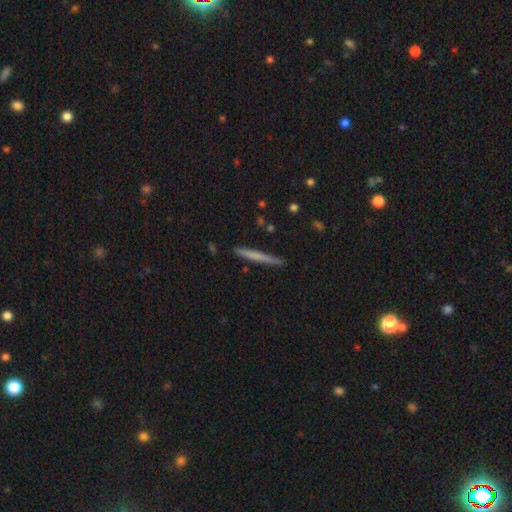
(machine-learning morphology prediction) Smooth or featured? smooth (60%)
How rounded? cigar-shaped (97%)
Merging? none (88%)